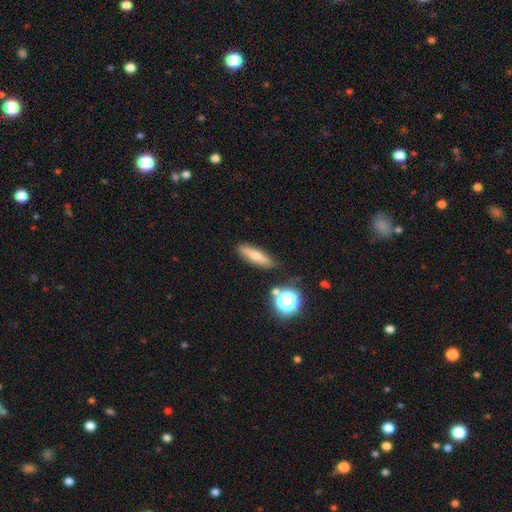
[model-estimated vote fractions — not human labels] smooth_or_featured: smooth (p=0.53) [alt: featured or disk p=0.36]
how_rounded: cigar-shaped (p=0.68) [alt: in between p=0.25]
merging: none (p=0.83) [alt: minor disturbance p=0.10]